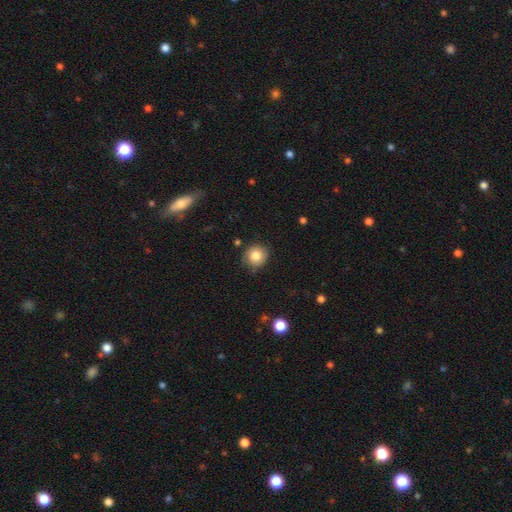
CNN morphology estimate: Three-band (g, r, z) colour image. It shows a smooth galaxy with no disk features (83%) that is round (88%). Merging: none (85%).